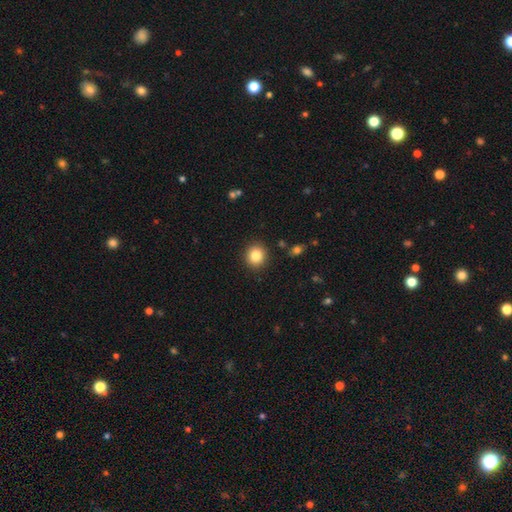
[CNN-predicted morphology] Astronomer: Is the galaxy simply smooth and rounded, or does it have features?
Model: smooth — 83%.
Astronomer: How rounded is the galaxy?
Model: round — 87%.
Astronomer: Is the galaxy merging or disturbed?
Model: none — 91%.